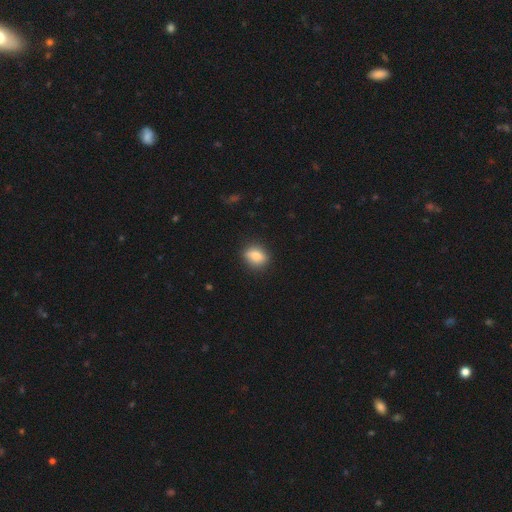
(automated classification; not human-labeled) A smooth galaxy with no disk features (79%) that is in between round and cigar-shaped (50%).

Vote fractions:
- Smooth or featured? smooth: 79% / featured or disk: 12% / star or artifact: 9%
- How rounded? in between: 50% / round: 47% / cigar-shaped: 2%
- Merging? none: 85% / minor disturbance: 12% / major disturbance: 3% / merger: 1%